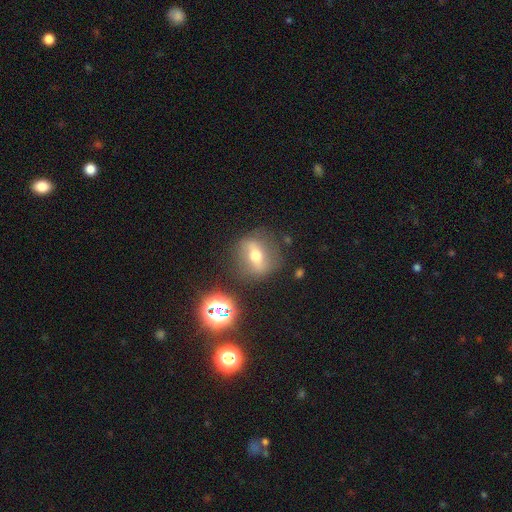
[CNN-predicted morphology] smooth_or_featured: featured or disk (p=0.52) [alt: smooth p=0.34]
disk_edge_on: no (p=0.70) [alt: yes p=0.30]
merging: none (p=0.76) [alt: minor disturbance p=0.14]